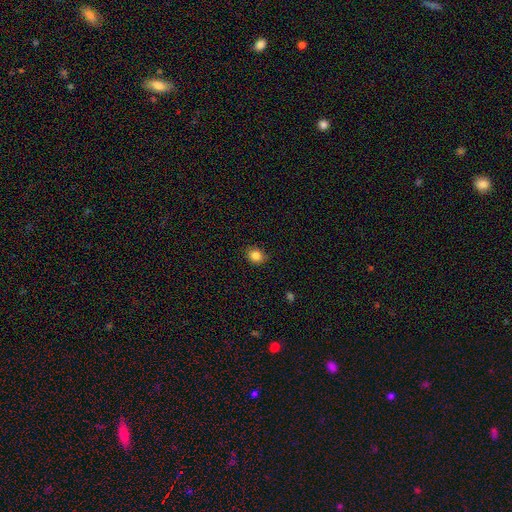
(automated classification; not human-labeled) smooth_or_featured: smooth (p=0.84) [alt: star or artifact p=0.11]
how_rounded: round (p=0.69) [alt: in between p=0.30]
merging: none (p=0.85) [alt: minor disturbance p=0.11]